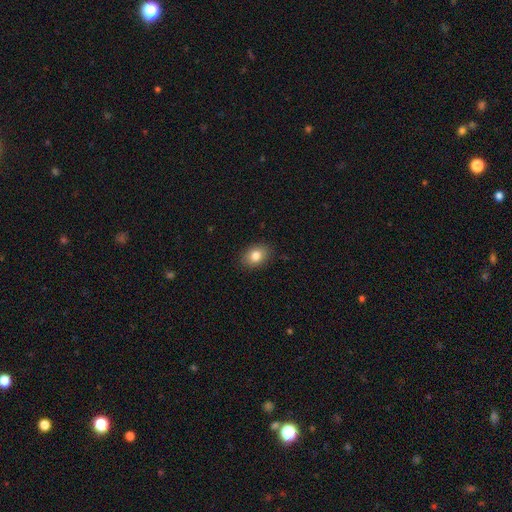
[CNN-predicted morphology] Overall: smooth (82%). How rounded: in between (69%; round 30%). Merging: none (88%).